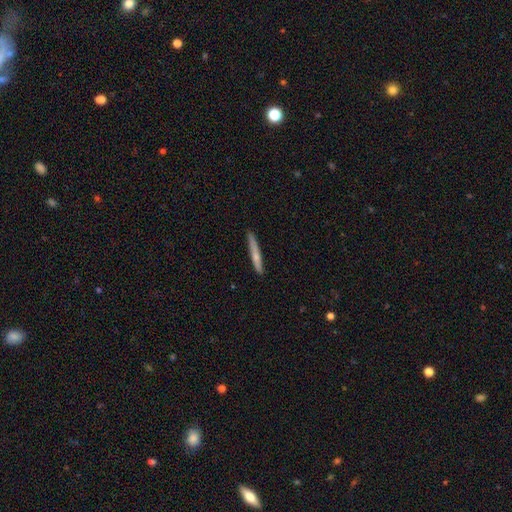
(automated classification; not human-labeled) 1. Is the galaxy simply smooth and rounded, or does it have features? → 58% smooth, 36% featured or disk, 6% star or artifact.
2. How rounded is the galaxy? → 96% cigar-shaped, 3% in between, 1% round.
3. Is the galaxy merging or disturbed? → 88% none, 9% minor disturbance, 1% major disturbance, 1% merger.